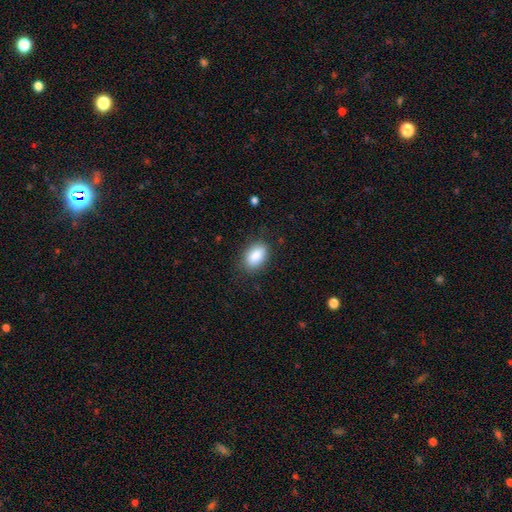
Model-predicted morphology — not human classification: smooth_or_featured: smooth (p=0.87) [alt: star or artifact p=0.07]
how_rounded: in between (p=0.90) [alt: round p=0.08]
merging: none (p=0.83) [alt: minor disturbance p=0.13]